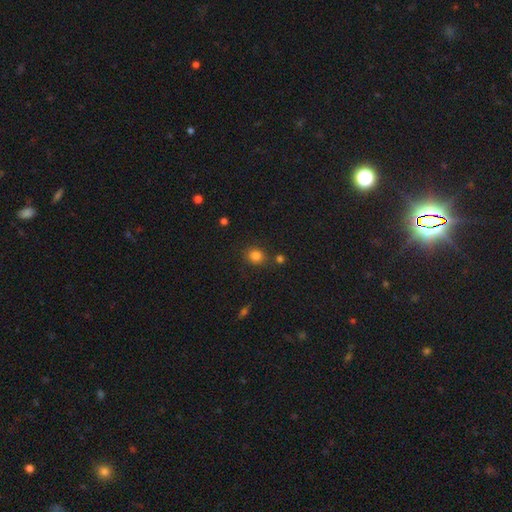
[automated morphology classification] smooth 82%, star or artifact 13%, featured or disk 6%. Down the decision tree: how rounded — round (75%); merging — none (78%).